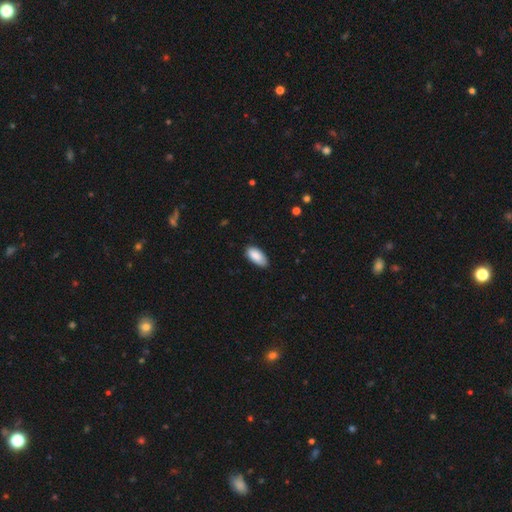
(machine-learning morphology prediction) Smooth or featured? Predicted: smooth (p=0.88). How rounded? Predicted: in between (p=0.93). Merging? Predicted: none (p=0.78).